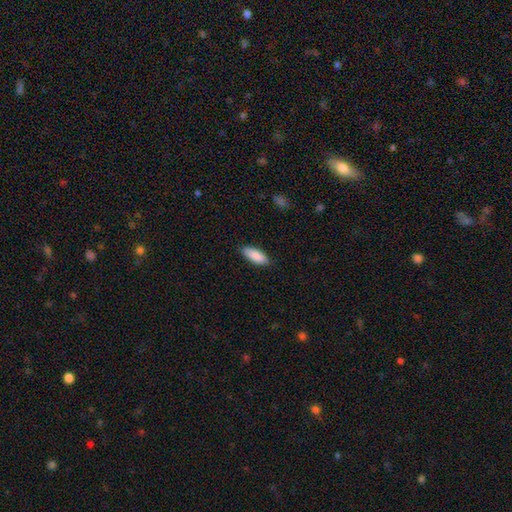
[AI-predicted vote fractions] Smooth or featured? smooth (89%)
How rounded? in between (75%)
Merging? none (88%)